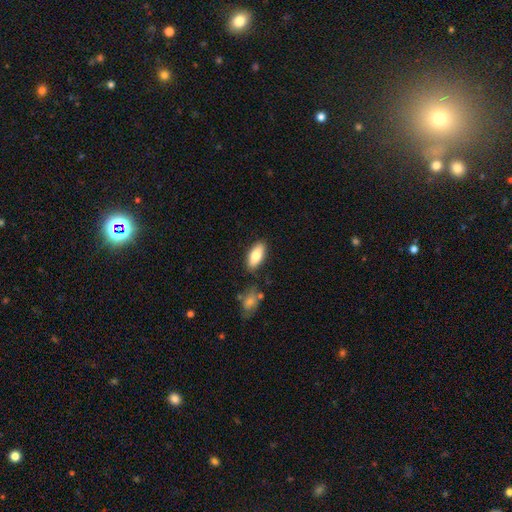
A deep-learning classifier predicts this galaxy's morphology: This appears to be a smooth galaxy with no disk features (79%) that is in between round and cigar-shaped (85%). Merging: none (83%).